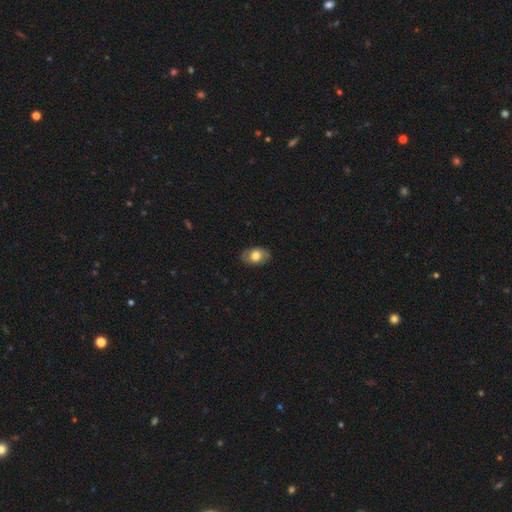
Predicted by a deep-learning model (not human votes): smooth 69%, featured or disk 24%, star or artifact 7%. Down the decision tree: how rounded — in between (86%); merging — none (84%).